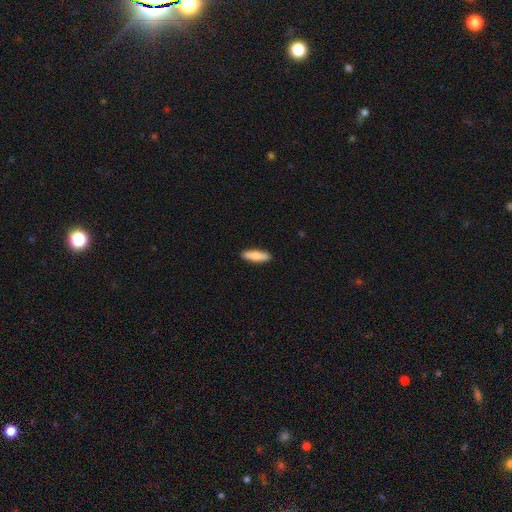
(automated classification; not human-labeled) This appears to be a smooth galaxy with no disk features (81%) that is cigar-shaped (64%). Merging: none (90%).